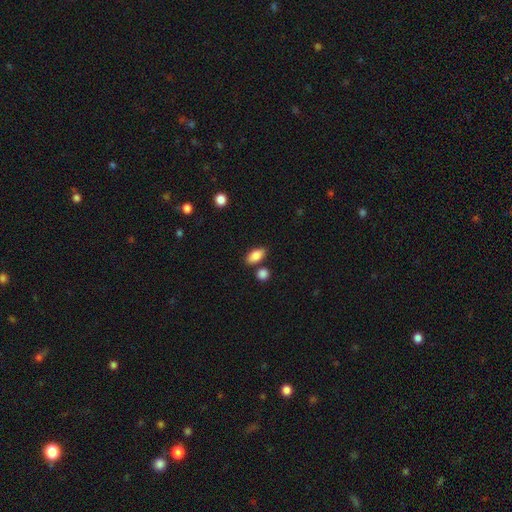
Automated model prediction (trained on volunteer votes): Smooth or featured?
  - smooth: 85% *
  - featured or disk: 7%
  - star or artifact: 7%
How rounded?
  - in between: 88% *
  - cigar-shaped: 6%
  - round: 6%
Merging?
  - none: 76% *
  - minor disturbance: 12%
  - merger: 10%
  - major disturbance: 3%